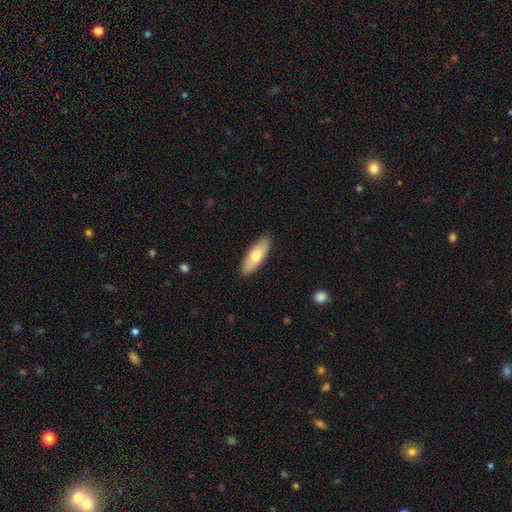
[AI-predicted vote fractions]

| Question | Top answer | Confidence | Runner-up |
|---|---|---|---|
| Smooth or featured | smooth | 69% | featured or disk (25%) |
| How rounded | in between | 70% | cigar-shaped (28%) |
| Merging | none | 88% | minor disturbance (9%) |